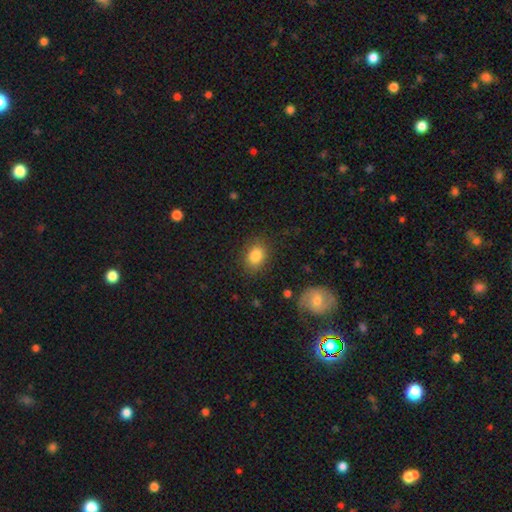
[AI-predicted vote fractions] A smooth galaxy with no disk features (83%) that is in between round and cigar-shaped (64%). Merging: none (81%).